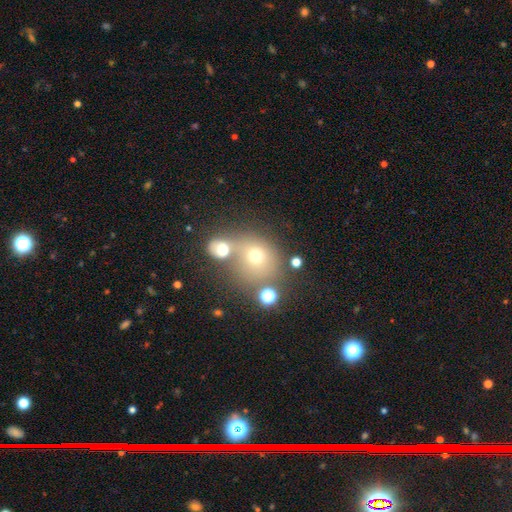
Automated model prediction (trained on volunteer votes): Smooth or featured? smooth (63%)
How rounded? round (78%)
Merging? none (42%)